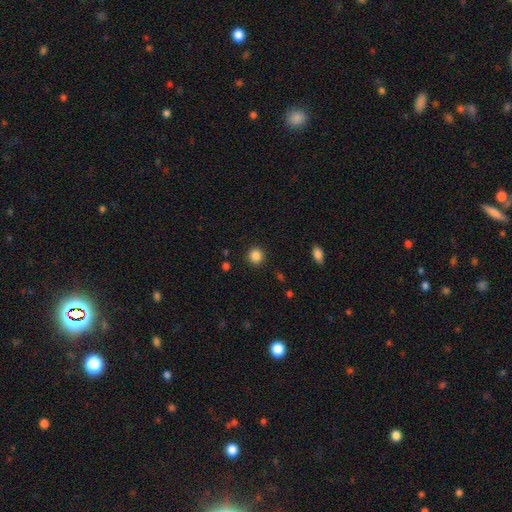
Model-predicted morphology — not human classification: This appears to be a smooth galaxy with no disk features (86%) that is round (90%). Merging: none (91%).